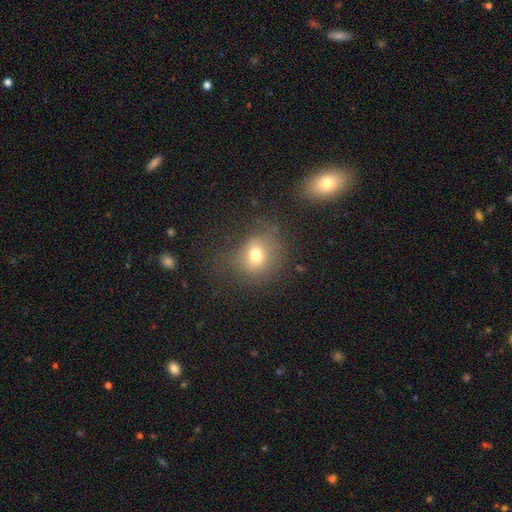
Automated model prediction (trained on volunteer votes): smooth_or_featured: smooth (p=0.70) [alt: featured or disk p=0.15]
how_rounded: round (p=0.62) [alt: in between p=0.37]
merging: none (p=0.62) [alt: minor disturbance p=0.22]